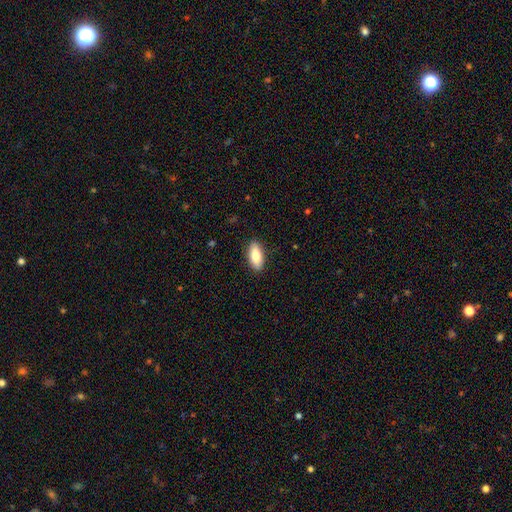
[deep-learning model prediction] This appears to be a smooth galaxy with no disk features (83%) that is in between round and cigar-shaped (84%). Merging: none (89%).